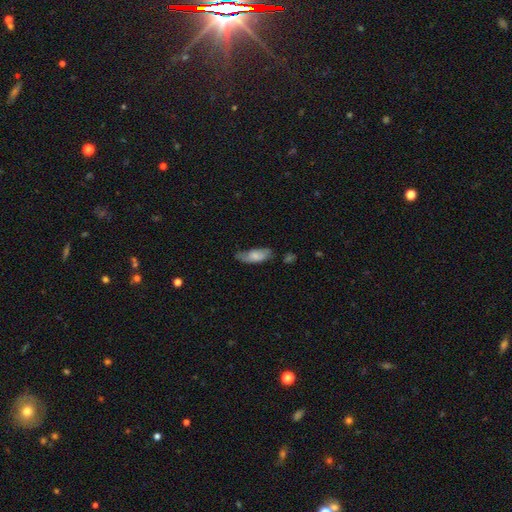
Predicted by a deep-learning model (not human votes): A smooth galaxy with no disk features (65%) that is in between round and cigar-shaped (77%).

Vote fractions:
- Smooth or featured? smooth: 65% / featured or disk: 28% / star or artifact: 7%
- How rounded? in between: 77% / cigar-shaped: 20% / round: 2%
- Merging? none: 55% / minor disturbance: 32% / major disturbance: 11% / merger: 3%